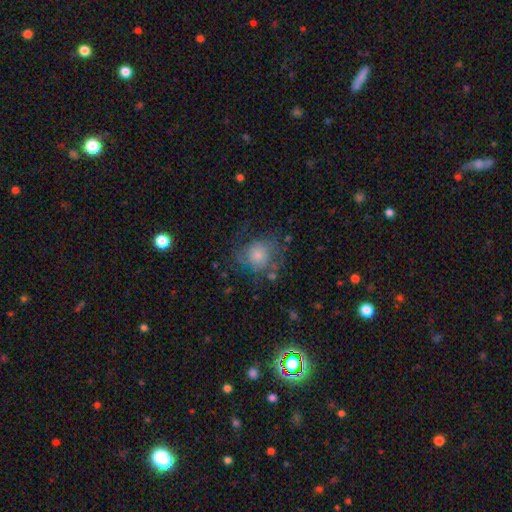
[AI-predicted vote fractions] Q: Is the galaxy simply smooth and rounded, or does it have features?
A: smooth — 48%.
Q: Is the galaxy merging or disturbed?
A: none — 57%.